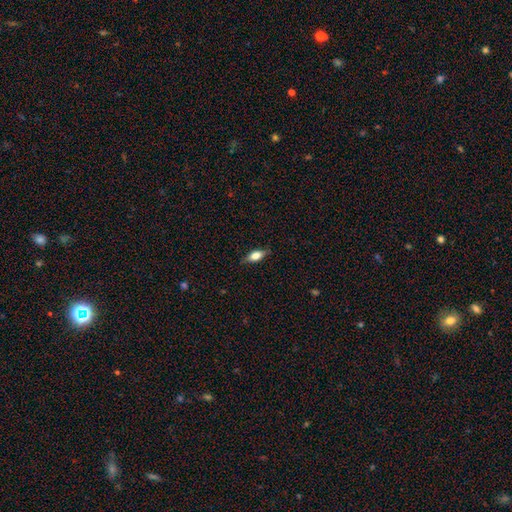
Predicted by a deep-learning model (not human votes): This is likely a smooth galaxy (67%). How rounded: likely in between (77%). Merging: clearly none (82%).